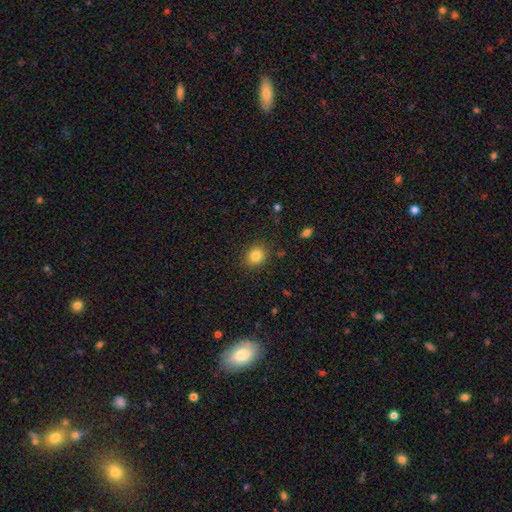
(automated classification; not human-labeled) Smooth or featured: smooth — 83% (star or artifact — 11%)
How rounded: round — 71% (in between — 28%)
Merging: none — 88% (minor disturbance — 8%)